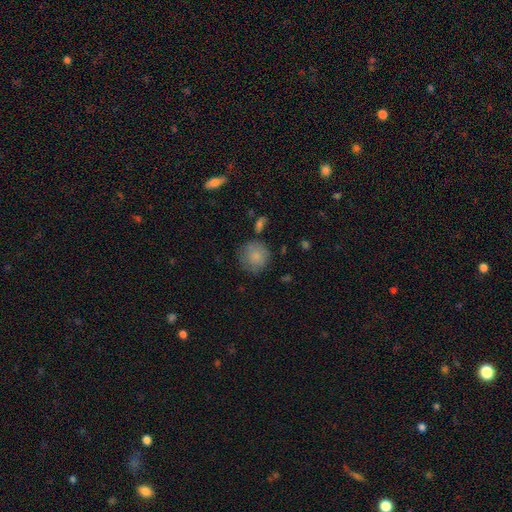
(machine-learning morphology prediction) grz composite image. It shows a smooth galaxy with no disk features (81%) that is round (90%). Merging: none (70%).